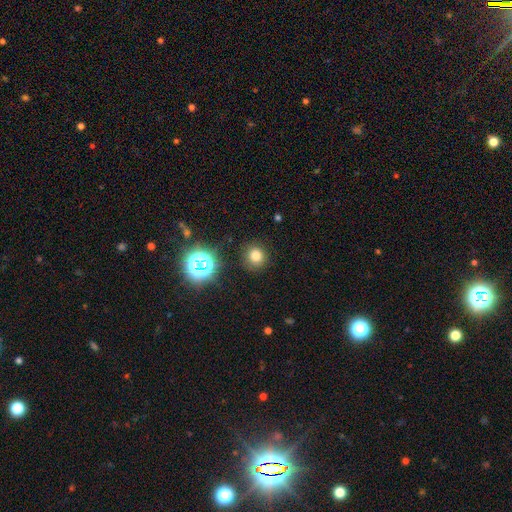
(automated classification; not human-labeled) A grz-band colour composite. It shows a smooth galaxy with no disk features (75%) that is round (91%). Merging: none (89%).